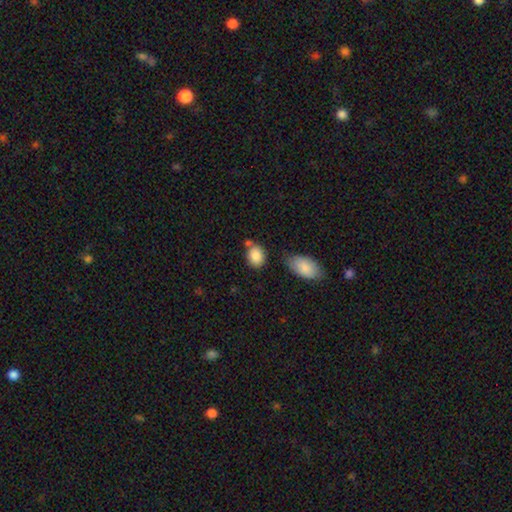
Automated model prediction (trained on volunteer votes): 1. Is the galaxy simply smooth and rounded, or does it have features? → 87% smooth, 8% star or artifact, 6% featured or disk.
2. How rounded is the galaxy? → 59% in between, 40% round, 1% cigar-shaped.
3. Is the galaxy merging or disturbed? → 62% none, 18% minor disturbance, 15% merger, 5% major disturbance.